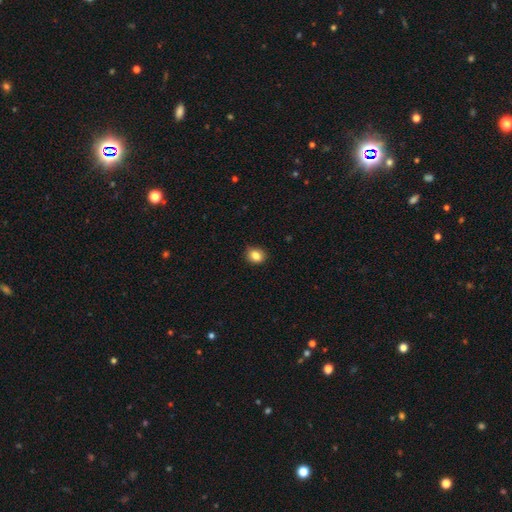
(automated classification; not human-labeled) Smooth or featured? smooth (85%)
How rounded? round (61%)
Merging? none (84%)